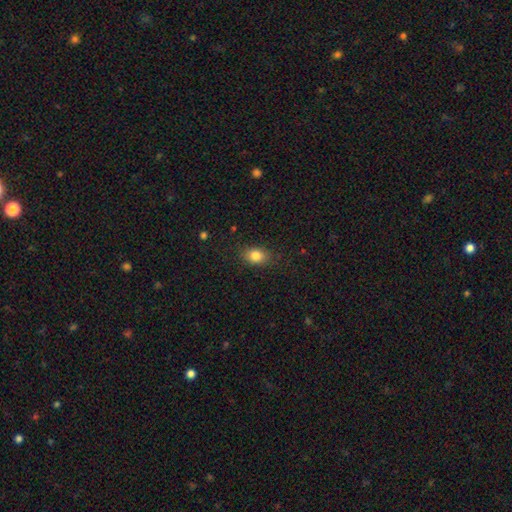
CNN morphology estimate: Smooth or featured?
  - smooth: 84% *
  - star or artifact: 10%
  - featured or disk: 7%
How rounded?
  - in between: 69% *
  - round: 29%
  - cigar-shaped: 2%
Merging?
  - none: 82% *
  - minor disturbance: 13%
  - major disturbance: 4%
  - merger: 1%